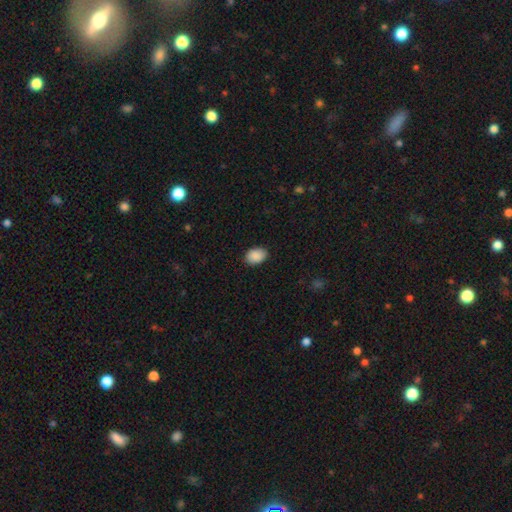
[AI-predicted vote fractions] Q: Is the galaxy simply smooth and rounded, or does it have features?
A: smooth — 90%.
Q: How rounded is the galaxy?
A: in between — 77%.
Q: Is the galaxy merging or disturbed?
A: none — 87%.